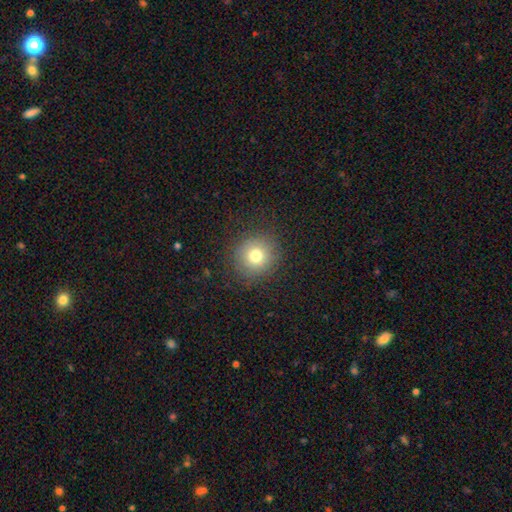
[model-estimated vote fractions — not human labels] Smooth or featured?
  - smooth: 74% *
  - star or artifact: 14%
  - featured or disk: 12%
How rounded?
  - round: 90% *
  - in between: 9%
  - cigar-shaped: 1%
Merging?
  - none: 85% *
  - minor disturbance: 9%
  - major disturbance: 4%
  - merger: 1%